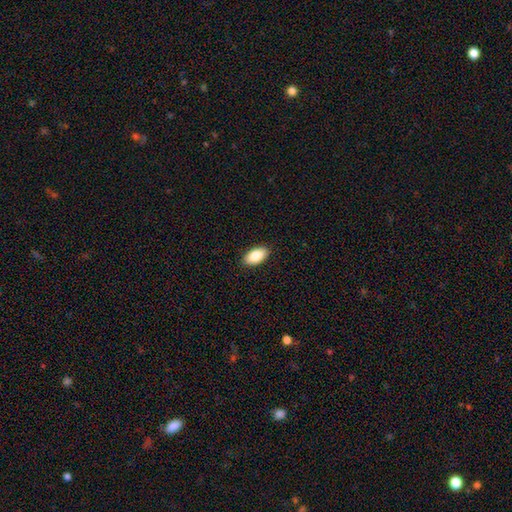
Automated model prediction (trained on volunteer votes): The model was most divided on "smooth or featured": smooth: 86%, featured or disk: 8%, star or artifact: 7%. More confident: how rounded — in between (94%); merging — none (90%).